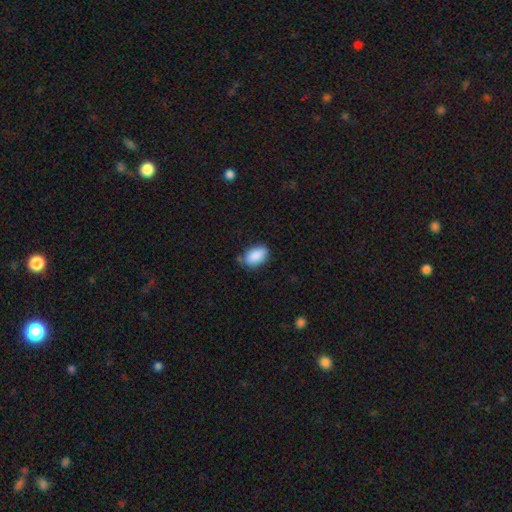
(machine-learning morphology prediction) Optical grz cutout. It shows a smooth galaxy with no disk features (88%) that is in between round and cigar-shaped (92%). Merging: none (70%).